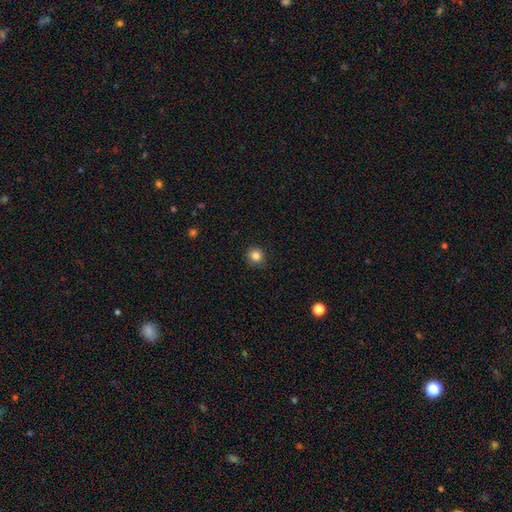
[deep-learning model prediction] A smooth galaxy with no disk features (84%) that is round (90%). Merging: none (88%).